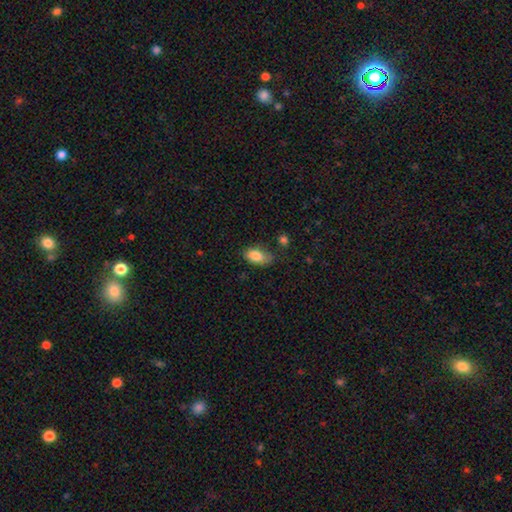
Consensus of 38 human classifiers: A smooth galaxy with no disk features (89%) that is in between round and cigar-shaped (97%). Merging: none (67%).